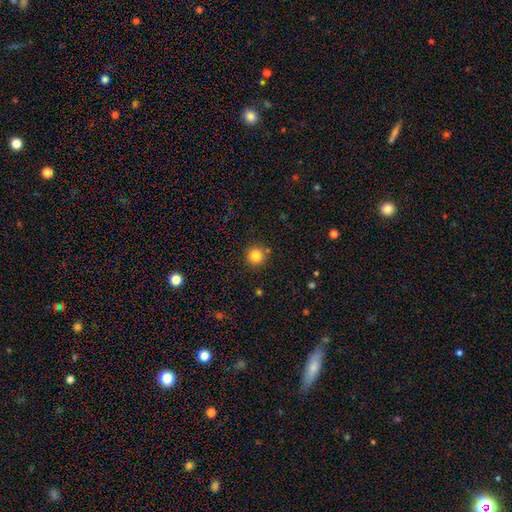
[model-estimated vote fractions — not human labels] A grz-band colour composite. It shows a smooth galaxy with no disk features (84%) that is round (94%). Merging: none (87%).